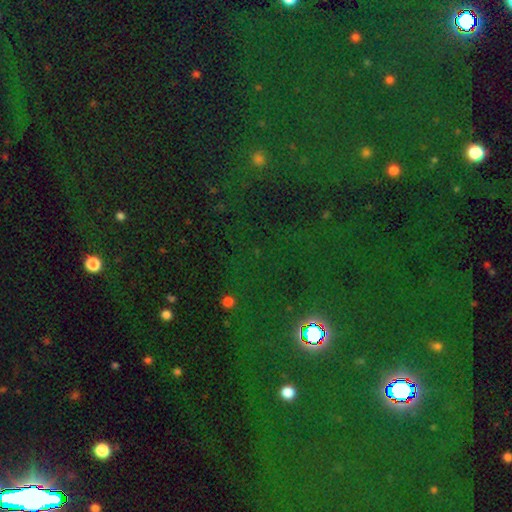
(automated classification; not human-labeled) star or artifact 81%, smooth 12%, featured or disk 7%.